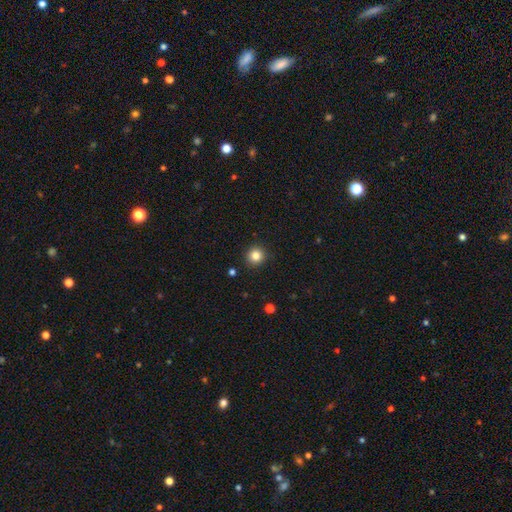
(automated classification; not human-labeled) smooth_or_featured: smooth (p=0.83) [alt: star or artifact p=0.12]
how_rounded: round (p=0.93) [alt: in between p=0.06]
merging: none (p=0.91) [alt: minor disturbance p=0.06]